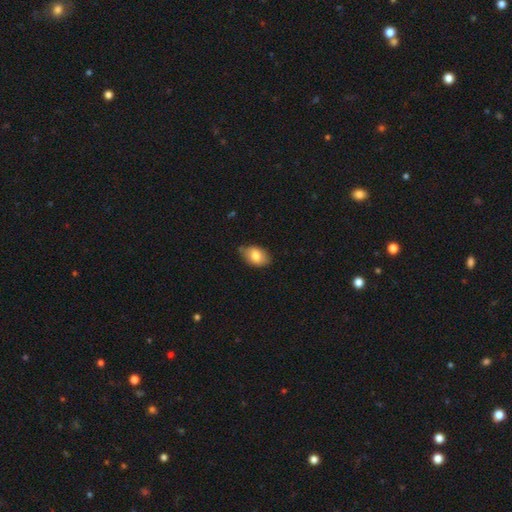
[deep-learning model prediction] This appears to be a smooth galaxy with no disk features (78%) that is in between round and cigar-shaped (88%). Merging: none (72%).